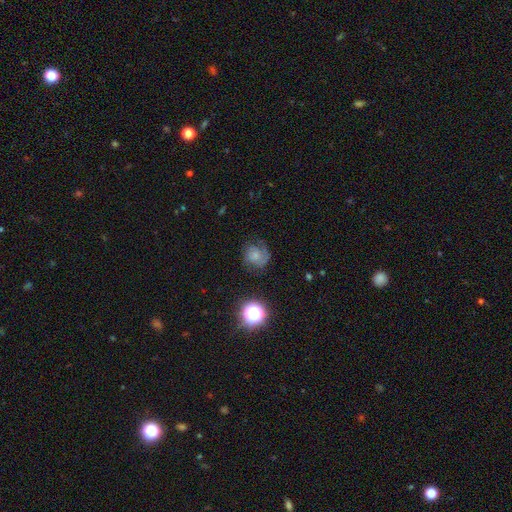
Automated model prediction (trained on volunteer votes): Smooth or featured?
  - featured or disk: 48% *
  - smooth: 38%
  - star or artifact: 14%
Merging?
  - none: 56% *
  - minor disturbance: 23%
  - major disturbance: 19%
  - merger: 2%